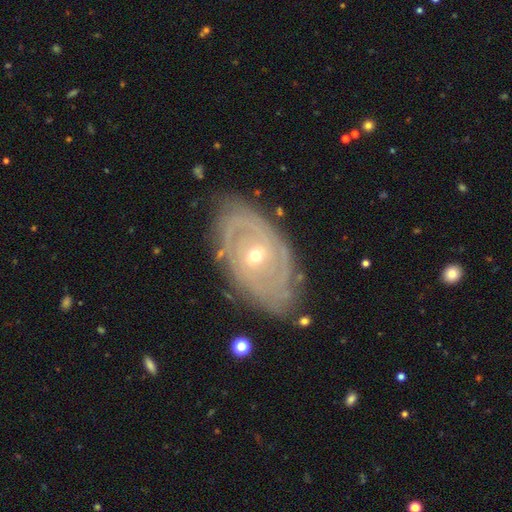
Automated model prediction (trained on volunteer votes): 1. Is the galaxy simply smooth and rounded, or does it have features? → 85% featured or disk, 9% smooth, 6% star or artifact.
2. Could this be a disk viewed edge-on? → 94% no, 6% yes.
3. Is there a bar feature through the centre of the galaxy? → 72% no, 22% weak, 6% strong.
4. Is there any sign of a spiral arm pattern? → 89% yes, 11% no.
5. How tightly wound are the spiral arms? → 78% tight, 17% medium, 5% loose.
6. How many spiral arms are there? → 39% can't tell, 28% 2, 15% 3, 8% 4, 6% more than 4, 5% 1.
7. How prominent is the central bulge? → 57% small, 40% moderate, 1% large, 1% none, 1% dominant.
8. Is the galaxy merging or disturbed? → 78% none, 16% minor disturbance, 4% major disturbance, 2% merger.